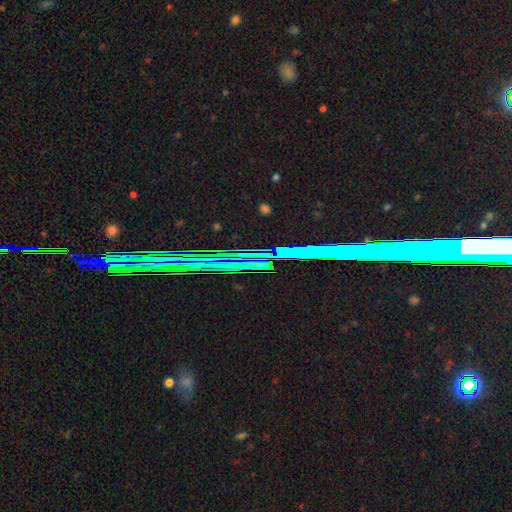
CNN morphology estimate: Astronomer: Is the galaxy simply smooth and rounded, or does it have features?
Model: star or artifact — 76%.